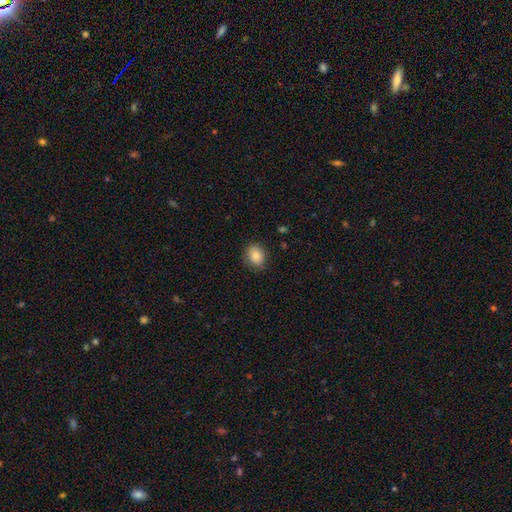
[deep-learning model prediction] Smooth or featured?
  - smooth: 85% *
  - star or artifact: 8%
  - featured or disk: 7%
How rounded?
  - in between: 56% *
  - round: 43%
  - cigar-shaped: 1%
Merging?
  - none: 85% *
  - minor disturbance: 11%
  - major disturbance: 3%
  - merger: 1%